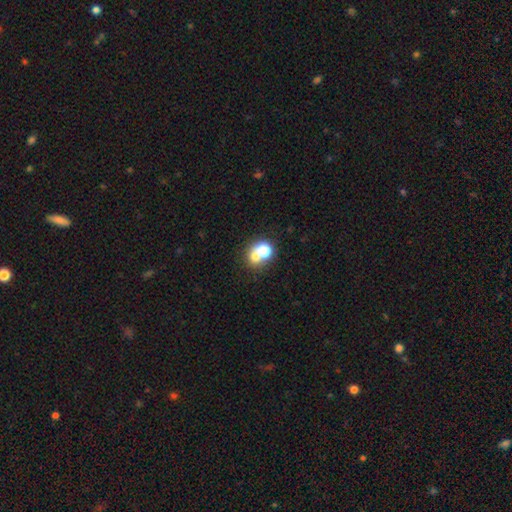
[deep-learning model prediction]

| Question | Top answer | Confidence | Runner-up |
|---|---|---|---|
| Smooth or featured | smooth | 63% | star or artifact (19%) |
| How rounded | round | 73% | in between (26%) |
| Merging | merger | 50% | none (39%) |